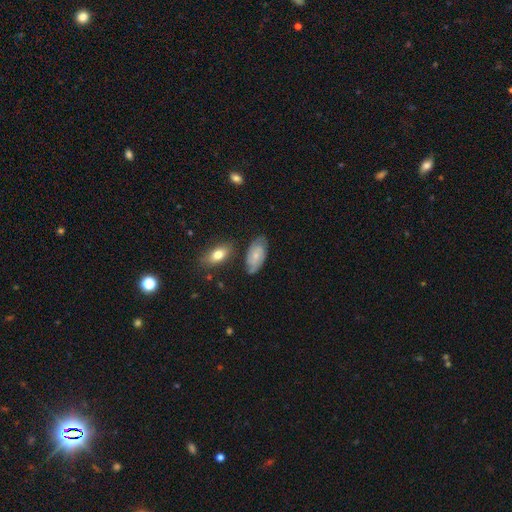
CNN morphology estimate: Q: Smooth or featured?
A: featured or disk (56%); runner-up: smooth (37%)
Q: Edge-on disk?
A: no (94%); runner-up: yes (6%)
Q: Bar?
A: no (69%); runner-up: weak (27%)
Q: Spiral arms?
A: yes (85%); runner-up: no (15%)
Q: Bulge size?
A: small (65%); runner-up: moderate (26%)
Q: Merging?
A: none (68%); runner-up: minor disturbance (21%)